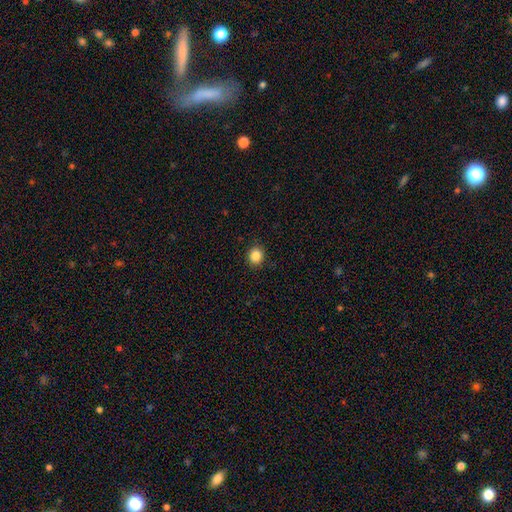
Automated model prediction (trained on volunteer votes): The model was most divided on "how rounded": round: 80%, in between: 19%, cigar-shaped: 1%. More confident: merging — none (91%); smooth or featured — smooth (86%).